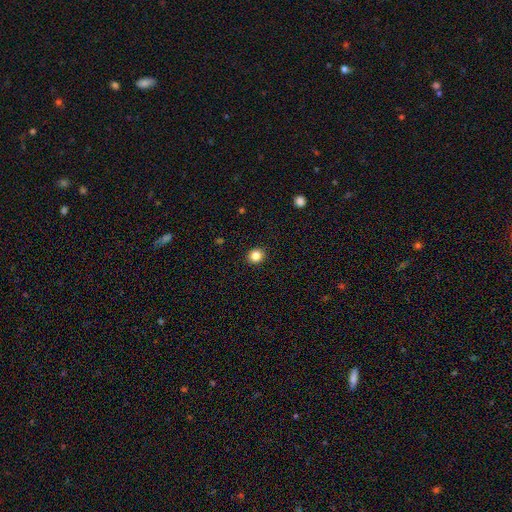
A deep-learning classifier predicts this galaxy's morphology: smooth_or_featured: smooth (p=0.85) [alt: star or artifact p=0.11]
how_rounded: round (p=0.82) [alt: in between p=0.17]
merging: none (p=0.92) [alt: minor disturbance p=0.05]